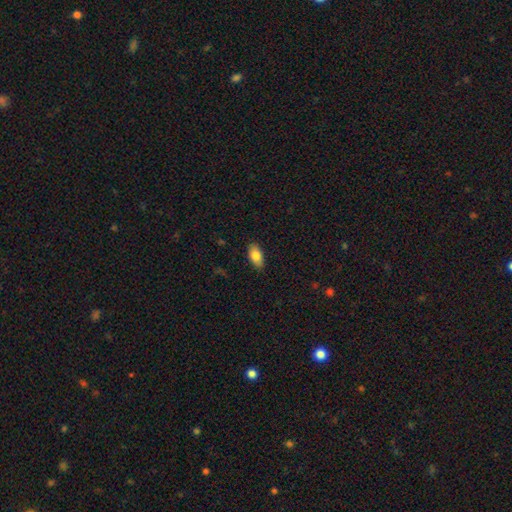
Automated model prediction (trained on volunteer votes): Smooth or featured? Predicted: smooth (p=0.84). How rounded? Predicted: in between (p=0.93). Merging? Predicted: none (p=0.86).